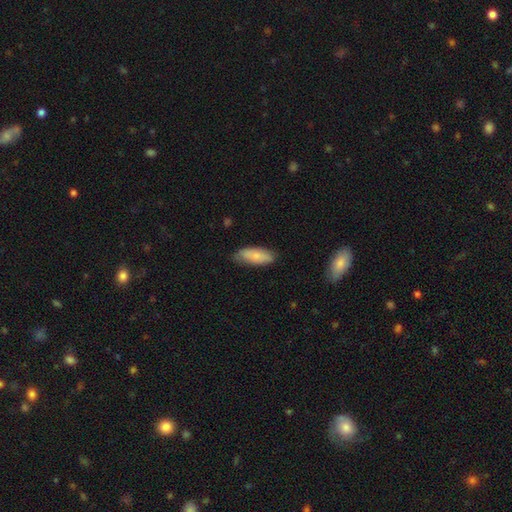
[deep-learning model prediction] The model was most divided on "merging": none: 74%, minor disturbance: 21%, major disturbance: 3%, merger: 1%. More confident: smooth or featured — smooth (80%); how rounded — in between (76%).